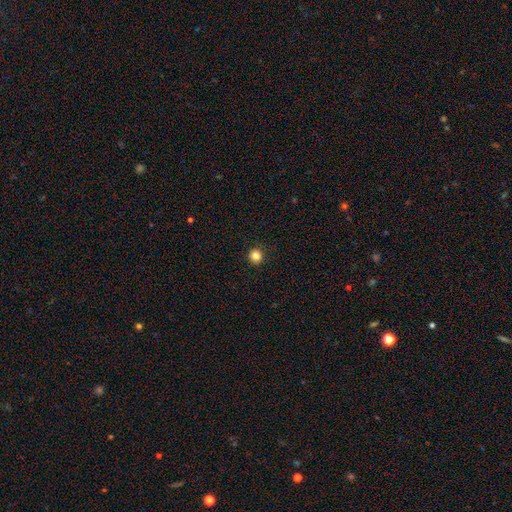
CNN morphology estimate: This is clearly a smooth galaxy (84%). How rounded: clearly round (92%). Merging: clearly none (92%).